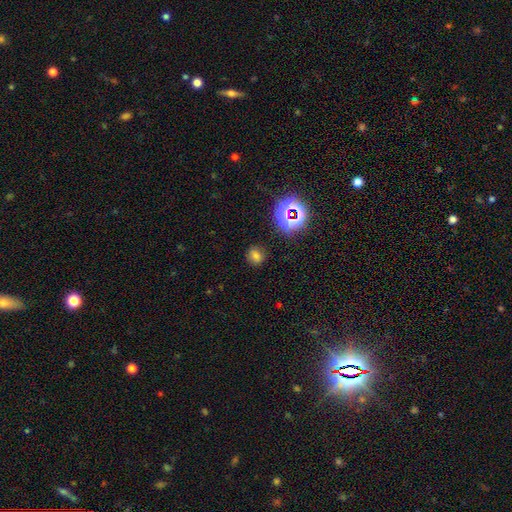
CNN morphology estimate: Overall: smooth (66%; star or artifact 27%). How rounded: round (68%; in between 31%). Merging: none (84%).